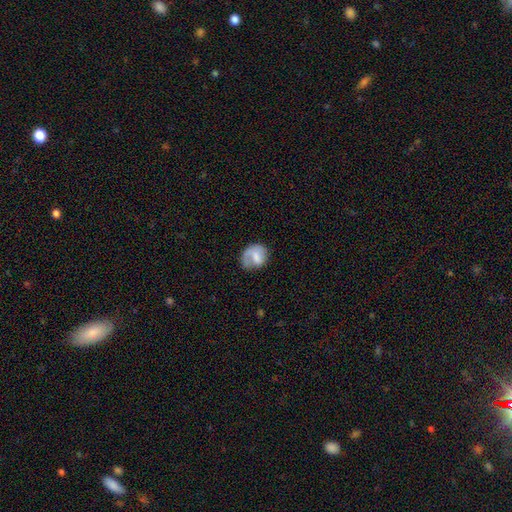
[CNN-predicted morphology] This appears to be a smooth galaxy with no disk features (57%) that is round (53%). Merging: none (45%).